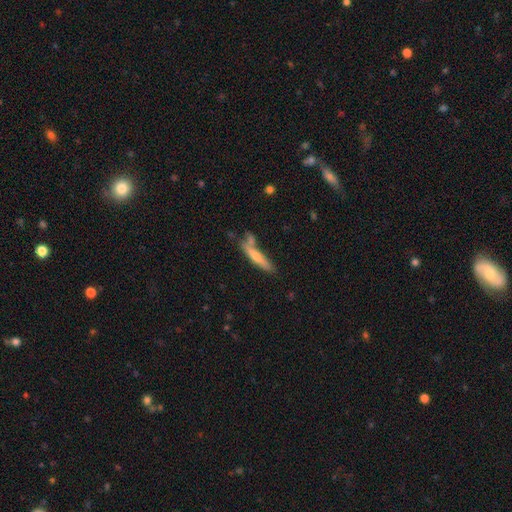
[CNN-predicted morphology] Q: Smooth or featured?
A: smooth (59%); runner-up: featured or disk (34%)
Q: How rounded?
A: cigar-shaped (87%); runner-up: in between (11%)
Q: Merging?
A: none (60%); runner-up: minor disturbance (18%)